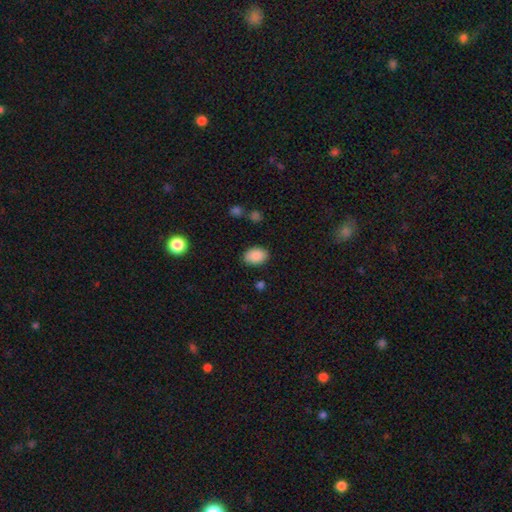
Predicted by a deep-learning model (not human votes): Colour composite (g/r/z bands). It shows a smooth galaxy with no disk features (88%) that is in between round and cigar-shaped (82%). Merging: none (85%).